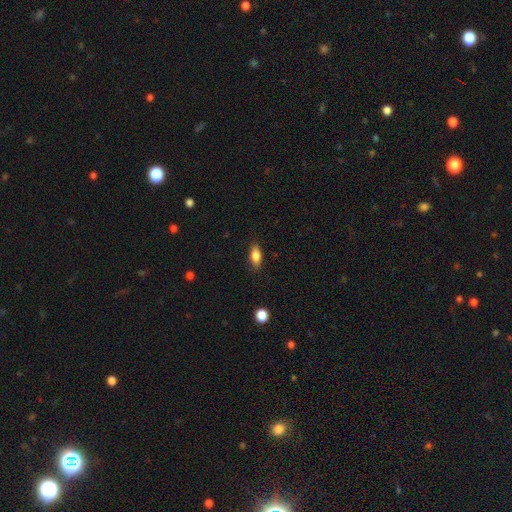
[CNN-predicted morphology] A smooth galaxy with no disk features (83%) that is in between round and cigar-shaped (81%).

Vote fractions:
- Smooth or featured? smooth: 83% / featured or disk: 9% / star or artifact: 8%
- How rounded? in between: 81% / cigar-shaped: 15% / round: 4%
- Merging? none: 84% / minor disturbance: 12% / major disturbance: 3% / merger: 1%